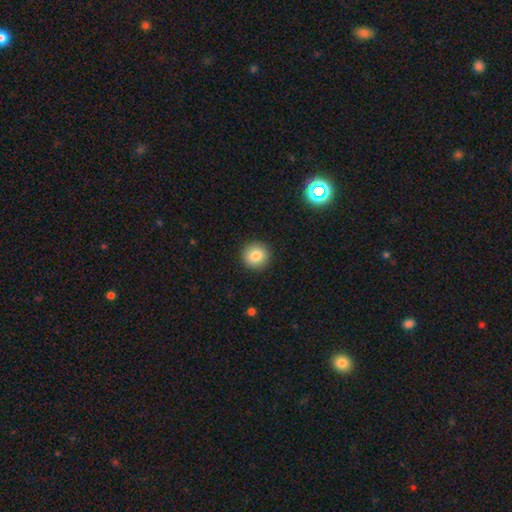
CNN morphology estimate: A smooth galaxy with no disk features (85%) that is round (94%).

Vote fractions:
- Smooth or featured? smooth: 85% / star or artifact: 9% / featured or disk: 6%
- How rounded? round: 94% / in between: 5% / cigar-shaped: 1%
- Merging? none: 91% / minor disturbance: 6% / major disturbance: 2% / merger: 1%